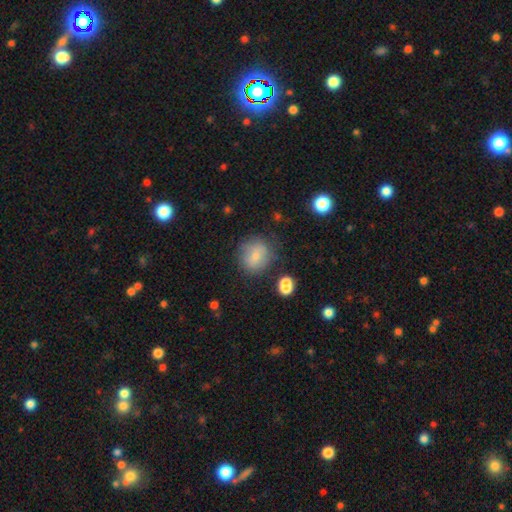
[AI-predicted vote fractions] This is likely a smooth galaxy (74%). How rounded: likely round (79%). Merging: likely none (70%).